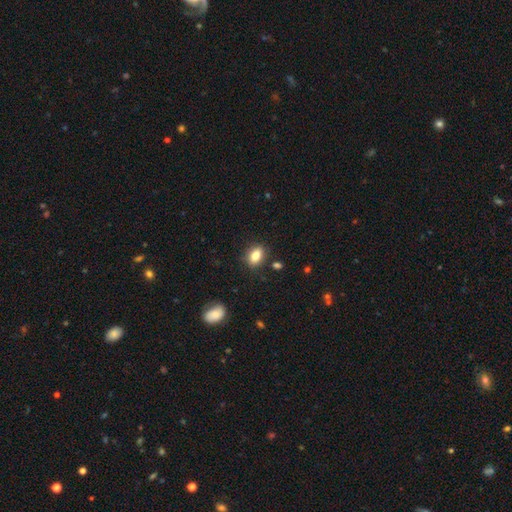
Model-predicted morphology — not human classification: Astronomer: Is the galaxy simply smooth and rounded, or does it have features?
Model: smooth — 81%.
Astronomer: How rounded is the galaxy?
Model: in between — 76%.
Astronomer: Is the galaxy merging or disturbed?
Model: none — 84%.